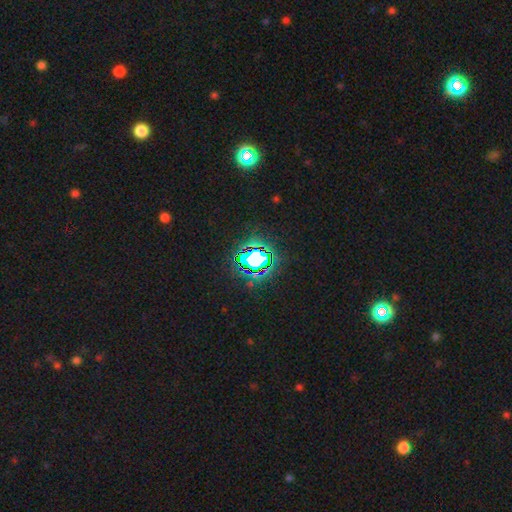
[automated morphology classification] A star or artifact, not a galaxy (75%).

Vote fractions:
- Smooth or featured? star or artifact: 75% / smooth: 15% / featured or disk: 10%